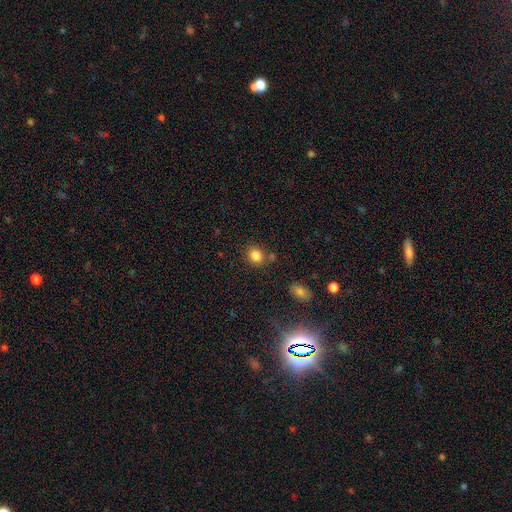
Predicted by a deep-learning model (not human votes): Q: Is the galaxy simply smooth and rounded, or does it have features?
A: smooth — 84%.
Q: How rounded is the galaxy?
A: round — 72%.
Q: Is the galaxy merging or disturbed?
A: none — 75%.